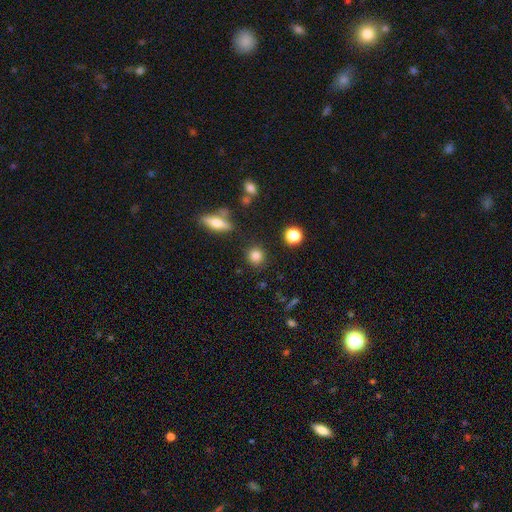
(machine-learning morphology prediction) Smooth or featured? smooth (83%)
How rounded? round (89%)
Merging? none (88%)